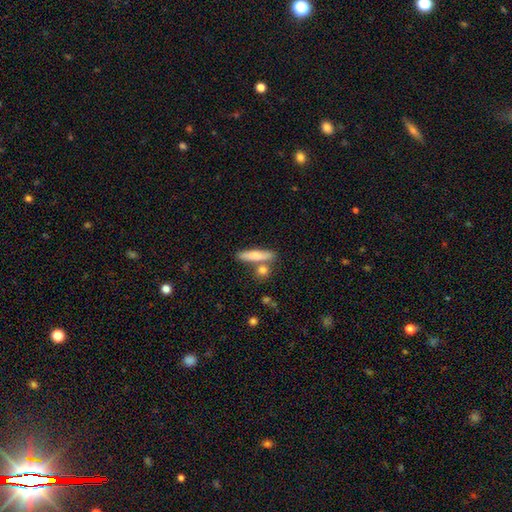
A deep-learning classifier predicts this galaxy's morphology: A smooth galaxy with no disk features (71%) that is cigar-shaped (79%). Merging: none (69%).